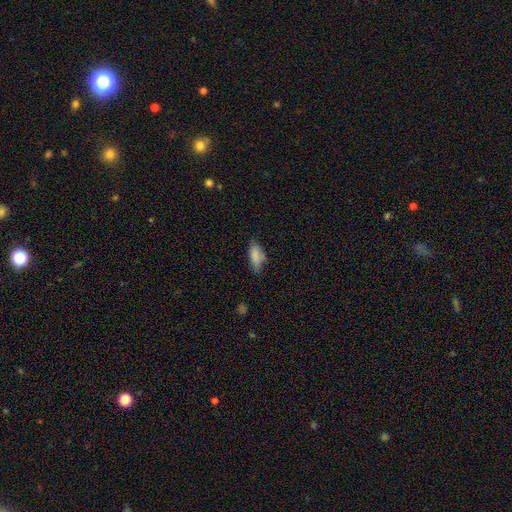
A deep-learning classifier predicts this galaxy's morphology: type=smooth (84%); roundness=in between (85%); merging=none (62%).